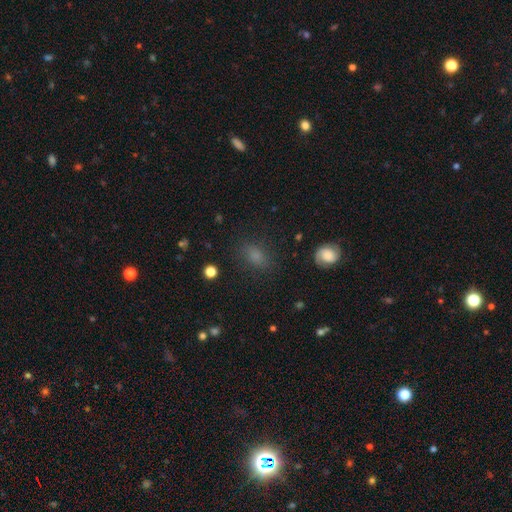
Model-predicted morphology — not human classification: smooth 76%, star or artifact 16%, featured or disk 8%. Down the decision tree: how rounded — in between (74%); merging — none (78%).